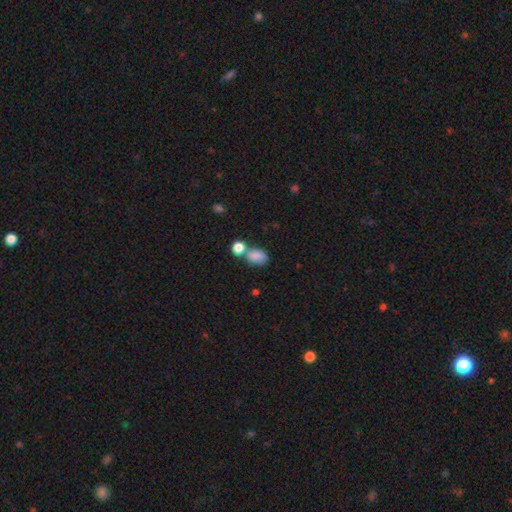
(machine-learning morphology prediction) The model was most divided on "merging": none: 40%, merger: 38%, minor disturbance: 15%, major disturbance: 7%. More confident: smooth or featured — smooth (83%); how rounded — in between (80%).